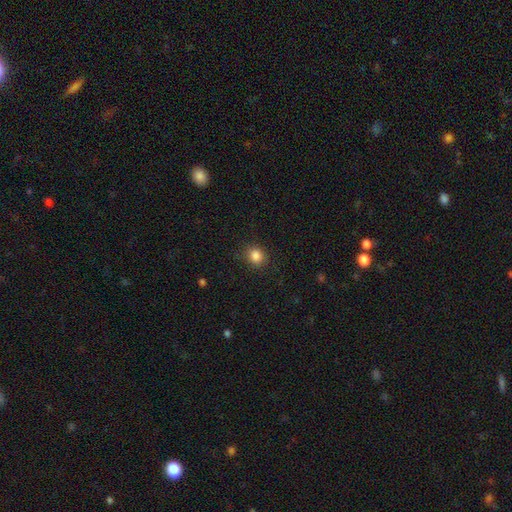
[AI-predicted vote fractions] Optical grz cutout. It shows a smooth galaxy with no disk features (85%) that is round (78%). Merging: none (87%).